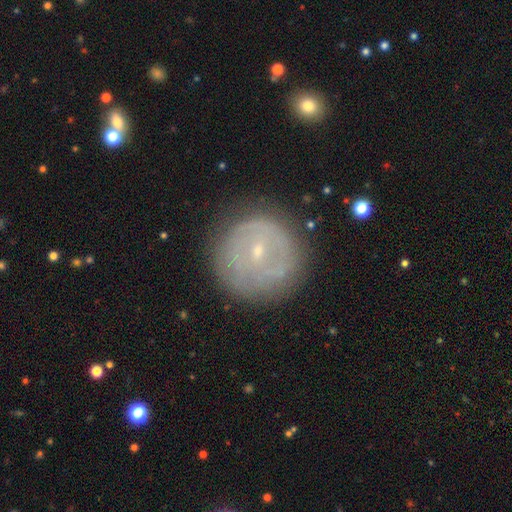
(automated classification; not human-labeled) A featured or disk galaxy (58%) with no bar (49%), spiral arms (57%) and a small central bulge (81%).

Vote fractions:
- Smooth or featured? featured or disk: 58% / smooth: 32% / star or artifact: 10%
- Edge-on disk? no: 96% / yes: 4%
- Bar? no: 49% / weak: 39% / strong: 13%
- Spiral arms? yes: 57% / no: 43%
- Bulge size? small: 81% / moderate: 15% / none: 2% / large: 1% / dominant: 1%
- Merging? none: 81% / minor disturbance: 13% / major disturbance: 5% / merger: 1%